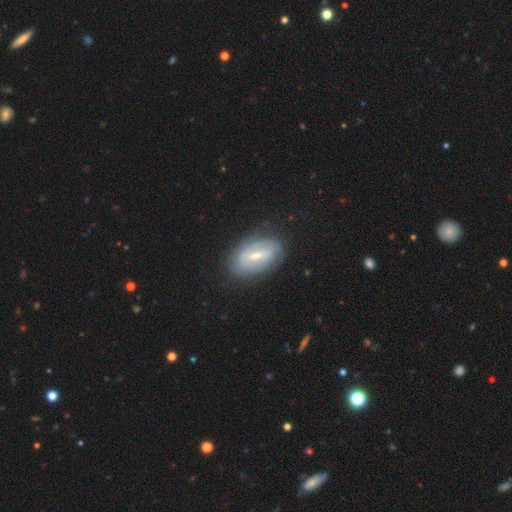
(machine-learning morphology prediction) Overall: featured or disk (63%; smooth 29%). Edge-on disk: no (91%). Bar: strong (43%, tied with weak). Spiral arms: yes (66%; no 34%). Bulge size: small (47%; moderate 45%). Merging: none (75%).